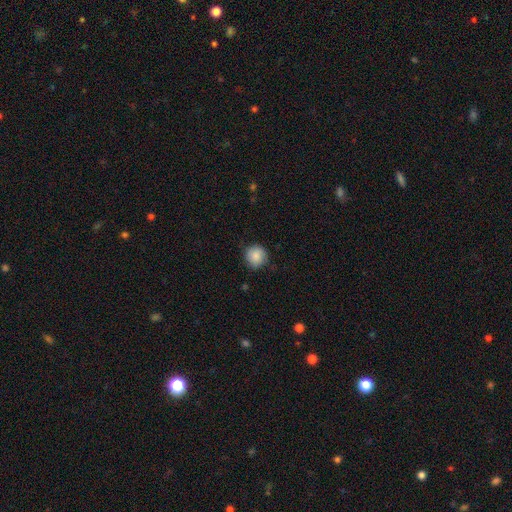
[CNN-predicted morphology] A smooth galaxy with no disk features (85%) that is round (90%).

Vote fractions:
- Smooth or featured? smooth: 85% / star or artifact: 8% / featured or disk: 7%
- How rounded? round: 90% / in between: 9% / cigar-shaped: 1%
- Merging? none: 79% / minor disturbance: 17% / major disturbance: 3% / merger: 1%